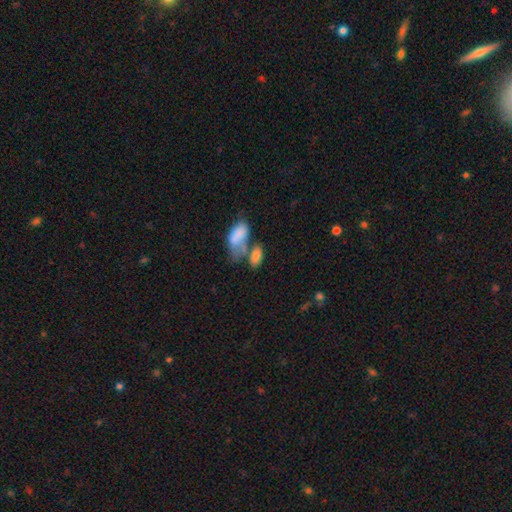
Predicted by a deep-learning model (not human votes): Overall: smooth (80%). How rounded: in between (92%). Merging: merger (46%; none 30%).